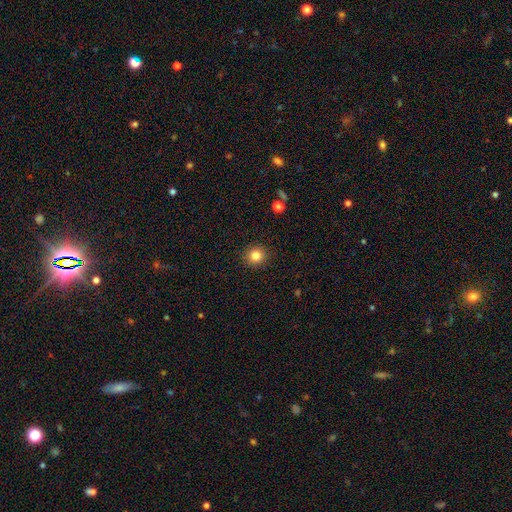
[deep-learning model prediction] The model was most divided on "smooth or featured": smooth: 82%, star or artifact: 12%, featured or disk: 6%. More confident: merging — none (91%); how rounded — round (90%).